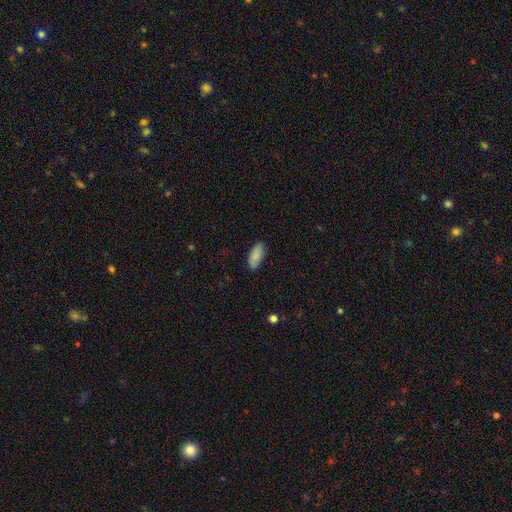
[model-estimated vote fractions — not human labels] A smooth galaxy with no disk features (82%) that is in between round and cigar-shaped (89%). Merging: none (83%).